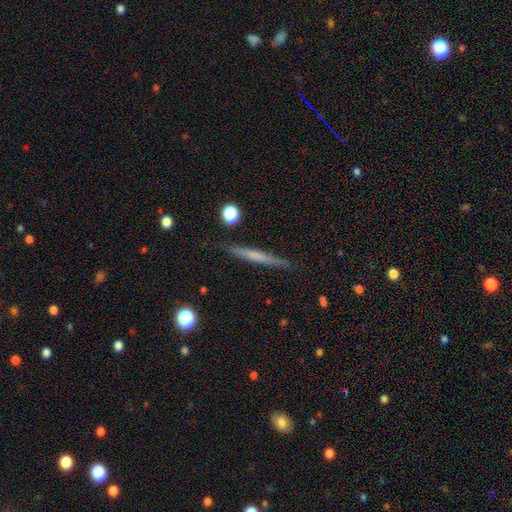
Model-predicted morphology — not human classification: This is possibly a smooth galaxy (49%). Merging: clearly none (89%).